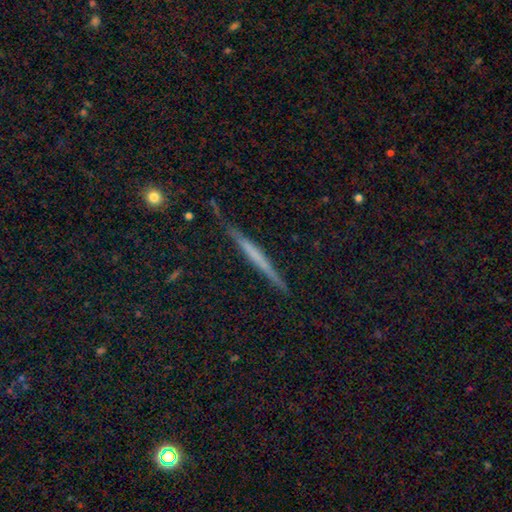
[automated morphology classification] type=featured or disk (54%); edge-on=yes (96%); edge-on bulge=none (79%); merging=none (82%).